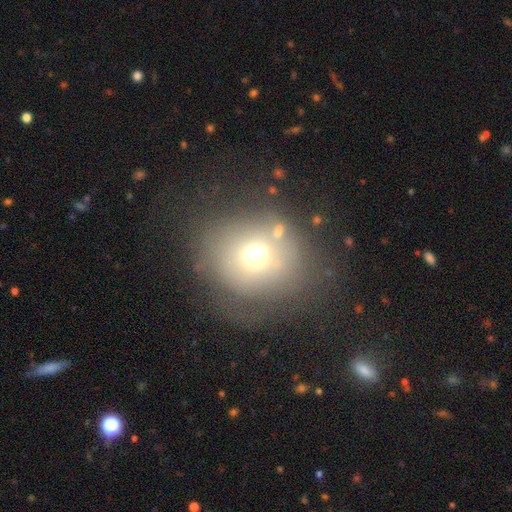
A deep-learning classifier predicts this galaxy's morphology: Overall: smooth (63%). How rounded: round (80%). Merging: none (58%; minor disturbance 20%).